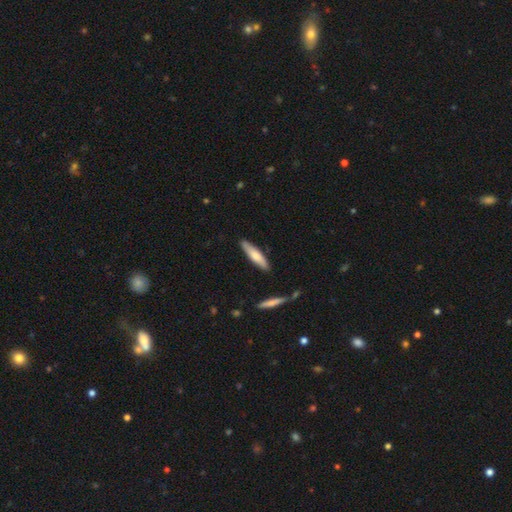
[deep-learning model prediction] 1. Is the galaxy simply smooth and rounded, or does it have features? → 69% smooth, 26% featured or disk, 5% star or artifact.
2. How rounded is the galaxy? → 80% cigar-shaped, 19% in between, 1% round.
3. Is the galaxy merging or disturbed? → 85% none, 11% minor disturbance, 2% merger, 2% major disturbance.